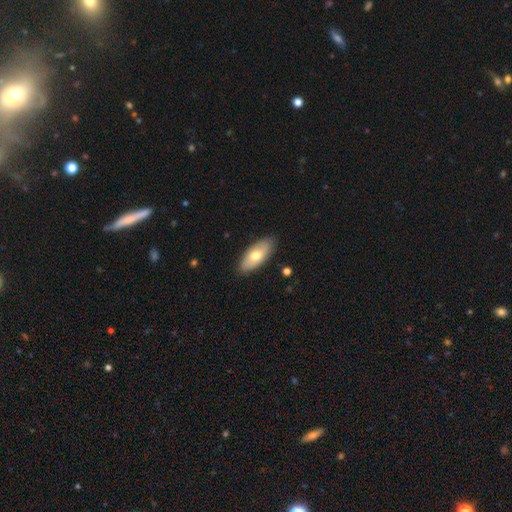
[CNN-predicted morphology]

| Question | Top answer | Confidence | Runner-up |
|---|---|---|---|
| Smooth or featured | smooth | 67% | featured or disk (27%) |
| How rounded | in between | 88% | cigar-shaped (9%) |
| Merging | none | 86% | minor disturbance (11%) |